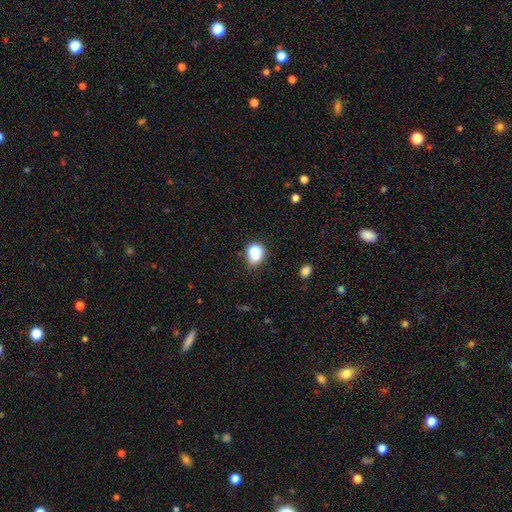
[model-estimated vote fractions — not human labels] Morphology: type=smooth (75%); roundness=round (54%); merging=none (66%).